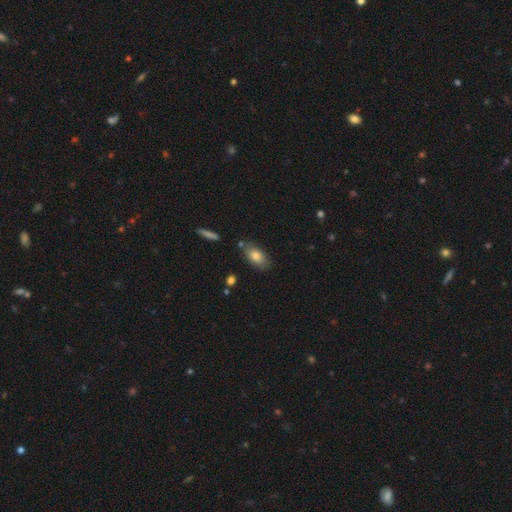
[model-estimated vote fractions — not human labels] A smooth galaxy with no disk features (80%) that is in between round and cigar-shaped (90%). Merging: none (74%).